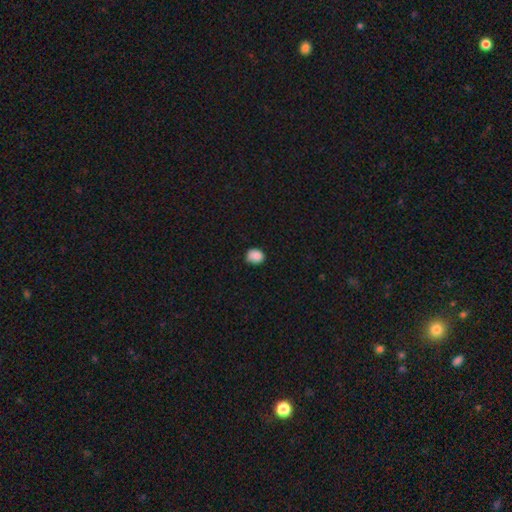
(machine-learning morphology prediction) Q: Smooth or featured?
A: smooth (86%); runner-up: star or artifact (9%)
Q: How rounded?
A: round (62%); runner-up: in between (37%)
Q: Merging?
A: none (65%); runner-up: minor disturbance (29%)